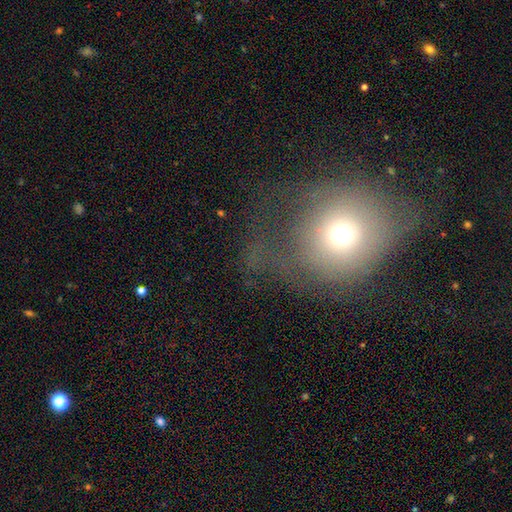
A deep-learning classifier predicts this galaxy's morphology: Overall: smooth (58%; featured or disk 21%). How rounded: round (82%). Merging: none (43%; major disturbance 33%).